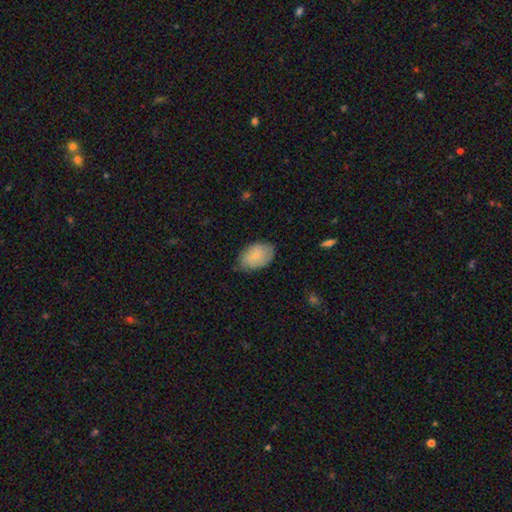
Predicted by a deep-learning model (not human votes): smooth_or_featured: smooth (p=0.69) [alt: featured or disk p=0.25]
how_rounded: in between (p=0.88) [alt: round p=0.10]
merging: none (p=0.67) [alt: minor disturbance p=0.27]